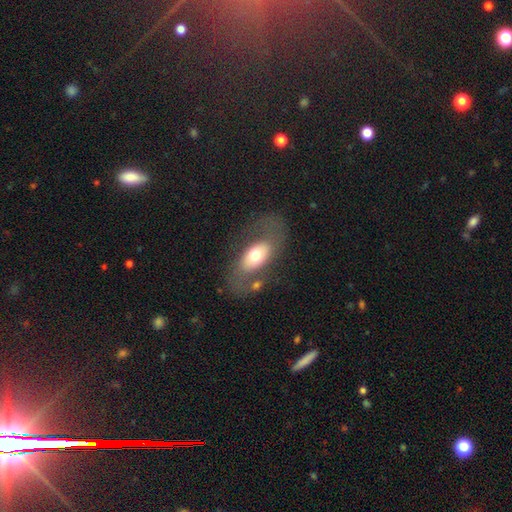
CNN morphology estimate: This appears to be a smooth galaxy with no disk features (51%) that is in between round and cigar-shaped (86%). Merging: none (61%).